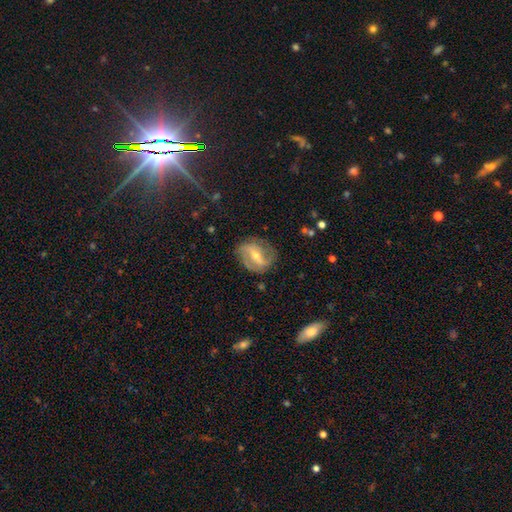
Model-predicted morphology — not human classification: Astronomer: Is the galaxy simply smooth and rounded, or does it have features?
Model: featured or disk — 76%.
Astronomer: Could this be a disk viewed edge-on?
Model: no — 95%.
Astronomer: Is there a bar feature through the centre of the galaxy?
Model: strong — 47% (runner-up: weak, 36%).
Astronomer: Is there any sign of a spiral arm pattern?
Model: yes — 85%.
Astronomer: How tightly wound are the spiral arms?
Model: medium — 40% (runner-up: loose, 37%).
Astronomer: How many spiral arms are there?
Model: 2 — 80%.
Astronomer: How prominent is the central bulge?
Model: moderate — 50% (runner-up: small, 46%).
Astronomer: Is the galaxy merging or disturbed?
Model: none — 77%.